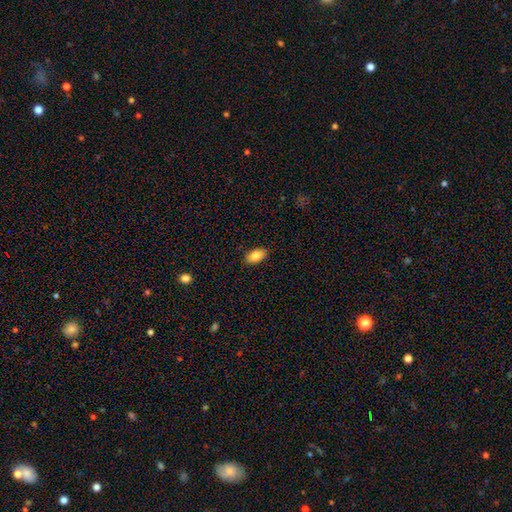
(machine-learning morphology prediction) Smooth or featured: smooth — 82% (featured or disk — 11%)
How rounded: in between — 92% (round — 5%)
Merging: none — 88% (minor disturbance — 9%)